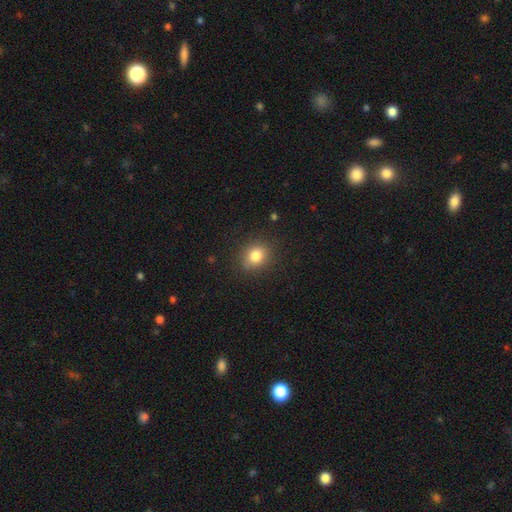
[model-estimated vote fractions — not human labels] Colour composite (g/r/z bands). It shows a smooth galaxy with no disk features (81%) that is round (66%). Merging: none (85%).